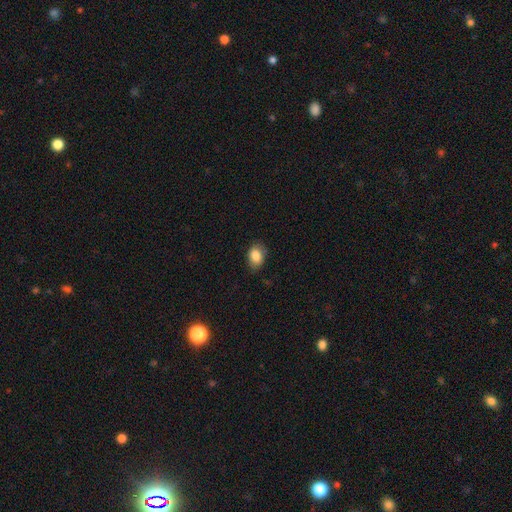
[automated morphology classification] Smooth or featured?
  - smooth: 86% *
  - star or artifact: 8%
  - featured or disk: 6%
How rounded?
  - in between: 78% *
  - round: 21%
  - cigar-shaped: 1%
Merging?
  - none: 78% *
  - minor disturbance: 18%
  - major disturbance: 3%
  - merger: 1%